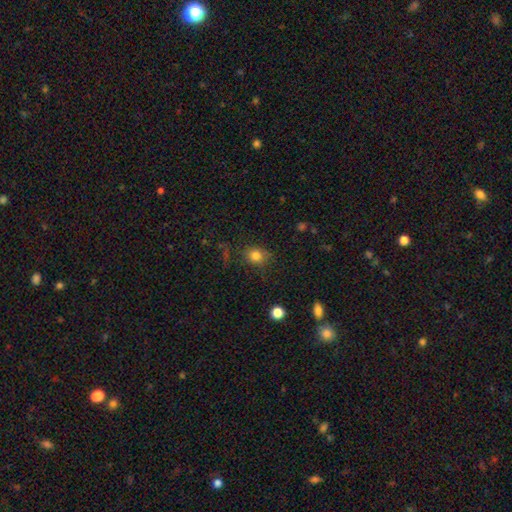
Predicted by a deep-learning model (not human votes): Morphology: type=smooth (79%); roundness=round (69%); merging=none (77%).